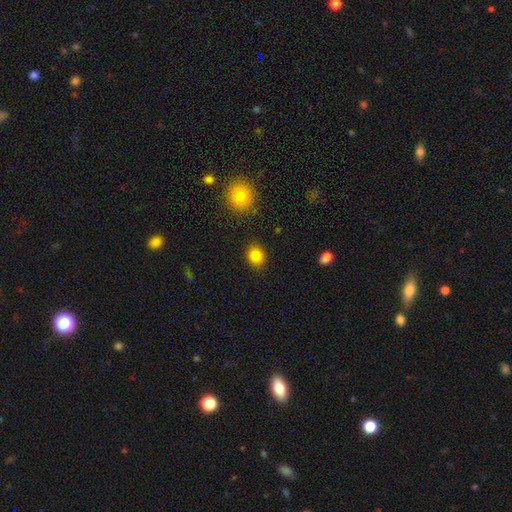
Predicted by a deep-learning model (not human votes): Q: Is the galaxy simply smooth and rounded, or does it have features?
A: smooth — 85%.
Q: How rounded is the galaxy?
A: round — 63%.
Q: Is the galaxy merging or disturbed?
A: none — 88%.